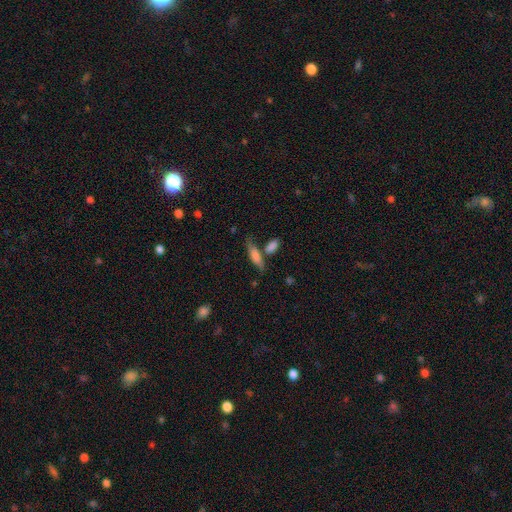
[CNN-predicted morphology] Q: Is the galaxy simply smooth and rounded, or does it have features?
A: smooth — 71%.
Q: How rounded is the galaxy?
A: cigar-shaped — 55%.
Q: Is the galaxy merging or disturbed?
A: none — 60%.